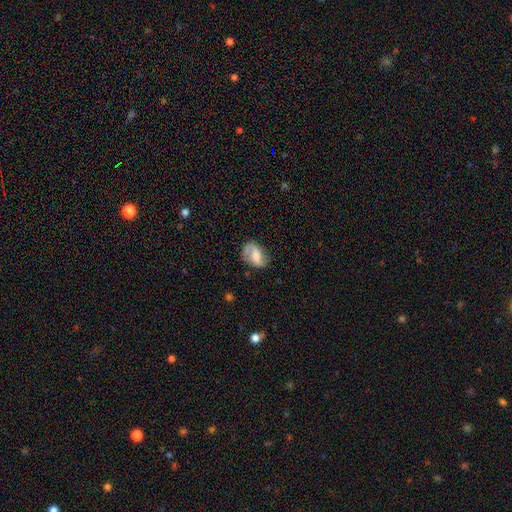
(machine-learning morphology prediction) The model was most divided on "bar": weak: 44%, no: 41%, strong: 15%. Remaining: edge-on disk — no (97%); spiral arms — yes (87%); merging — none (65%); smooth or featured — featured or disk (55%); bulge size — moderate (43%).